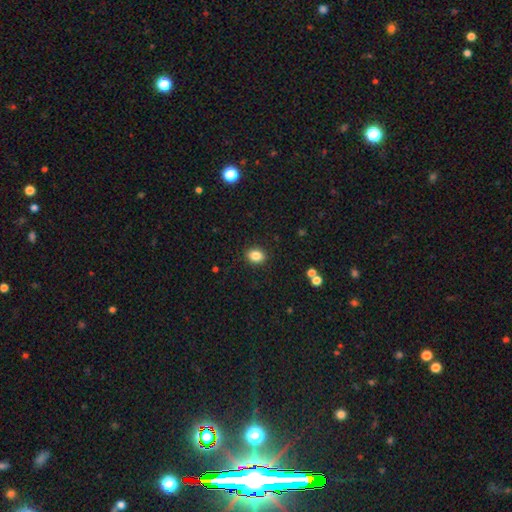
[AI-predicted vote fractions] smooth_or_featured: smooth (p=0.85) [alt: star or artifact p=0.10]
how_rounded: round (p=0.50) [alt: in between p=0.49]
merging: none (p=0.90) [alt: minor disturbance p=0.07]